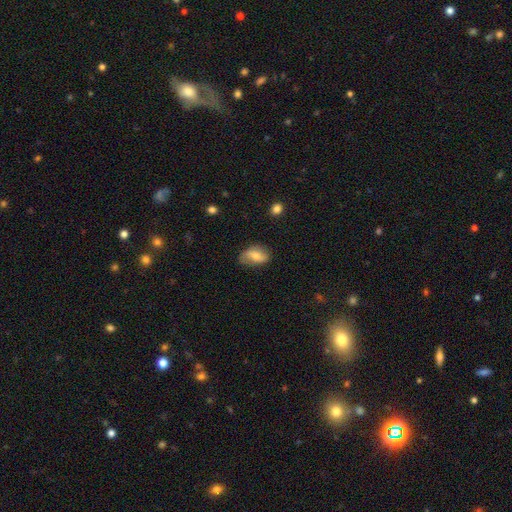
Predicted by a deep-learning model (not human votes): A smooth galaxy with no disk features (58%) that is in between round and cigar-shaped (86%). Merging: none (62%).